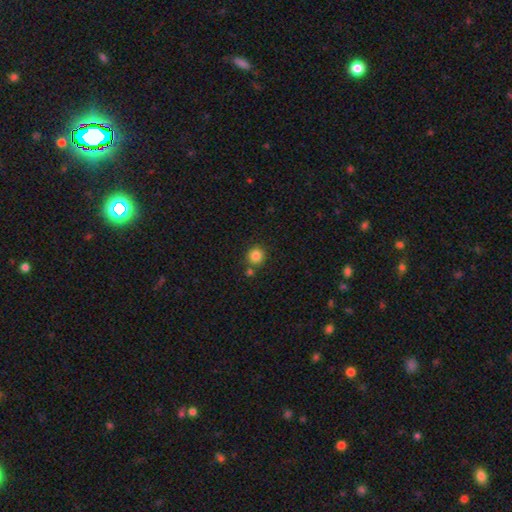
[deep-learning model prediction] smooth-or-featured: smooth: 84% | star or artifact: 11% | featured or disk: 5%
  how-rounded: round: 90% | in between: 9% | cigar-shaped: 1%
  merging: none: 77% | merger: 12% | minor disturbance: 9% | major disturbance: 3%